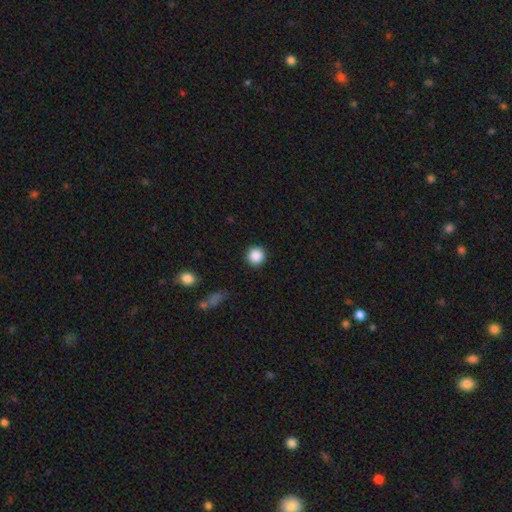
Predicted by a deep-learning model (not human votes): Smooth or featured?
  - smooth: 87% *
  - star or artifact: 10%
  - featured or disk: 3%
How rounded?
  - round: 95% *
  - in between: 4%
  - cigar-shaped: 1%
Merging?
  - none: 91% *
  - minor disturbance: 6%
  - major disturbance: 2%
  - merger: 1%